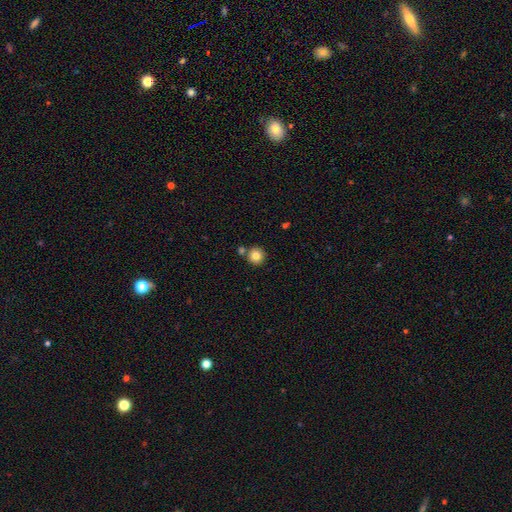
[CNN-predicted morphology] Q: Smooth or featured?
A: smooth (81%); runner-up: star or artifact (11%)
Q: How rounded?
A: round (94%); runner-up: in between (5%)
Q: Merging?
A: none (77%); runner-up: merger (14%)